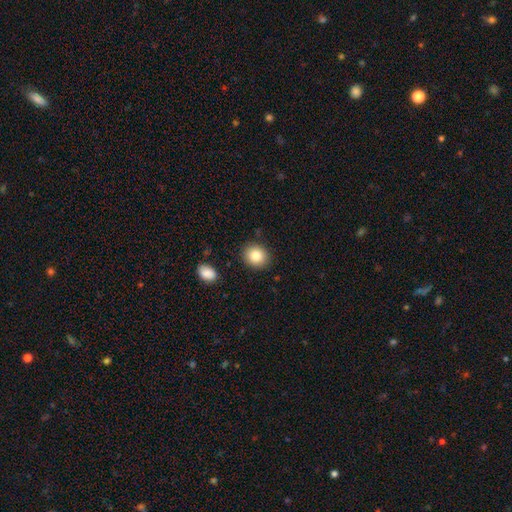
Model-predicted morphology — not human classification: A smooth galaxy with no disk features (84%) that is round (72%). Merging: none (87%).